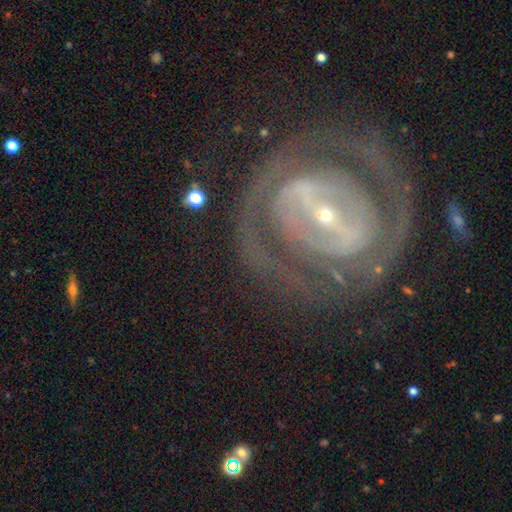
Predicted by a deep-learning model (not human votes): A featured or disk galaxy (85%) with a strong bar (62%), 2 (48%) tight (62%) spiral arms (74%) and a small central bulge (79%).

Vote fractions:
- Smooth or featured? featured or disk: 85% / smooth: 9% / star or artifact: 6%
- Edge-on disk? no: 94% / yes: 6%
- Bar? strong: 62% / weak: 25% / no: 13%
- Spiral arms? yes: 74% / no: 26%
- Spiral winding? tight: 62% / medium: 27% / loose: 10%
- Spiral arm count? 2: 48% / can't tell: 30% / 3: 8% / 1: 5% / 4: 5% / more than 4: 4%
- Bulge size? small: 79% / moderate: 16% / large: 2% / none: 1% / dominant: 1%
- Merging? none: 72% / major disturbance: 13% / minor disturbance: 13% / merger: 2%